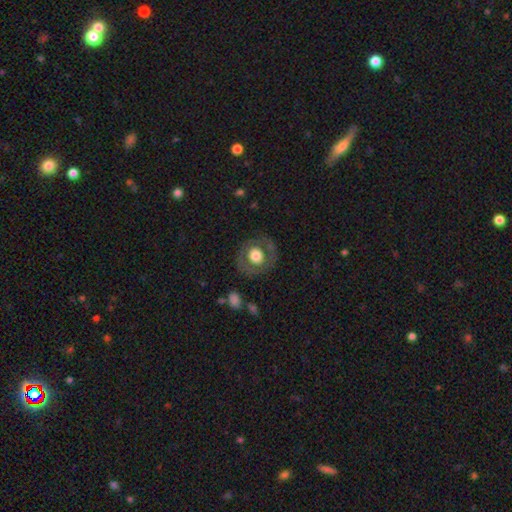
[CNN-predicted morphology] The model was most divided on "smooth or featured": smooth: 54%, featured or disk: 38%, star or artifact: 7%. More confident: how rounded — round (87%); merging — none (80%).